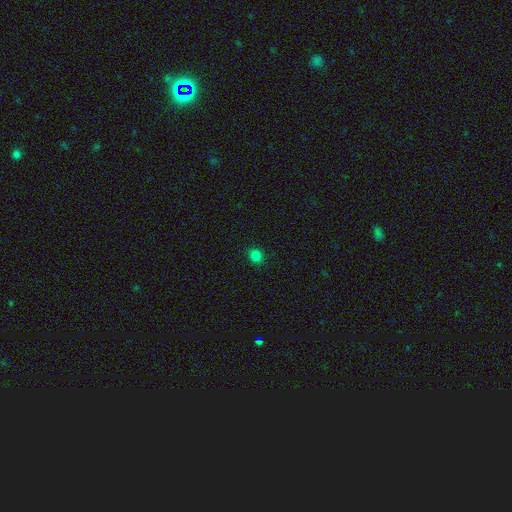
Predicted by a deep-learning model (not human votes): This appears to be a smooth galaxy with no disk features (82%) that is round (84%). Merging: none (91%).